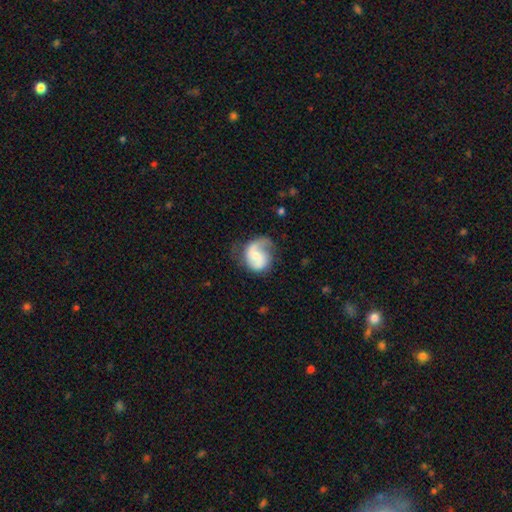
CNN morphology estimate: The model was most divided on "spiral winding": medium: 44%, loose: 39%, tight: 17%. Remaining: edge-on disk — no (98%); spiral arms — yes (92%); smooth or featured — featured or disk (73%); spiral arm count — 2 (68%); merging — none (54%); bulge size — small (48%); bar — no (47%).